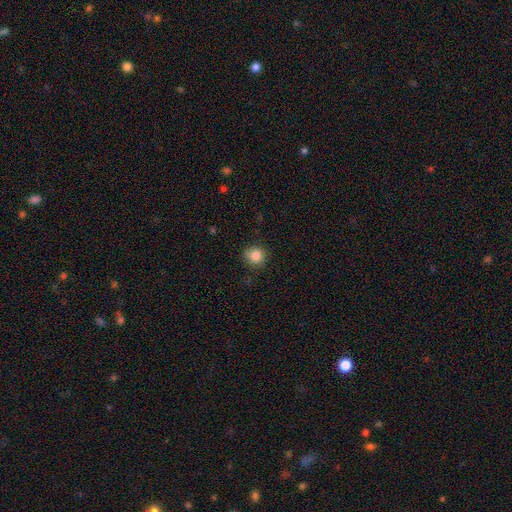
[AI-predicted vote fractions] This is clearly a smooth galaxy (85%). How rounded: clearly round (90%). Merging: likely none (79%).